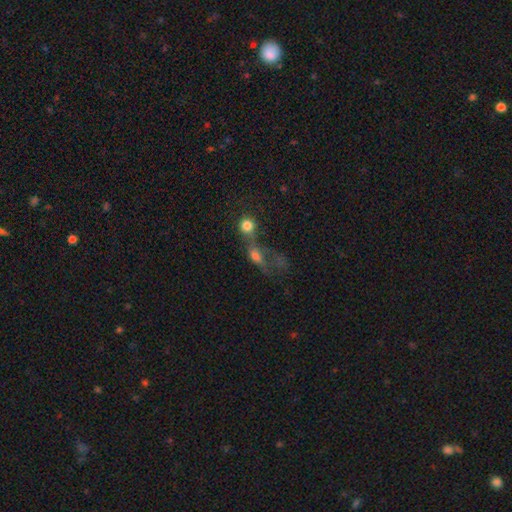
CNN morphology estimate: Smooth or featured?
  - smooth: 60% *
  - featured or disk: 24%
  - star or artifact: 16%
How rounded?
  - in between: 52% *
  - round: 38%
  - cigar-shaped: 9%
Merging?
  - merger: 59% *
  - none: 17%
  - major disturbance: 16%
  - minor disturbance: 8%